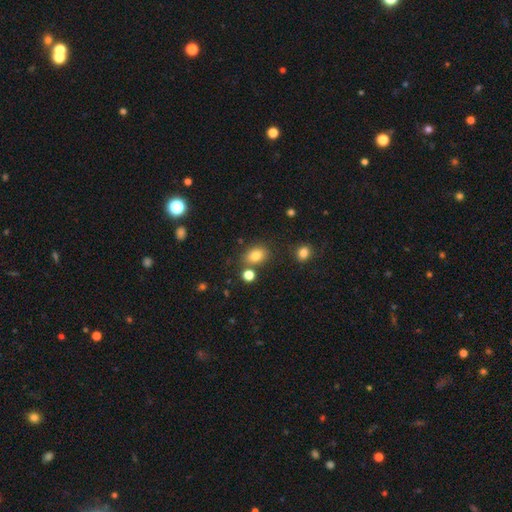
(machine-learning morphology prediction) This appears to be a smooth galaxy with no disk features (81%) that is in between round and cigar-shaped (68%). Merging: none (74%).